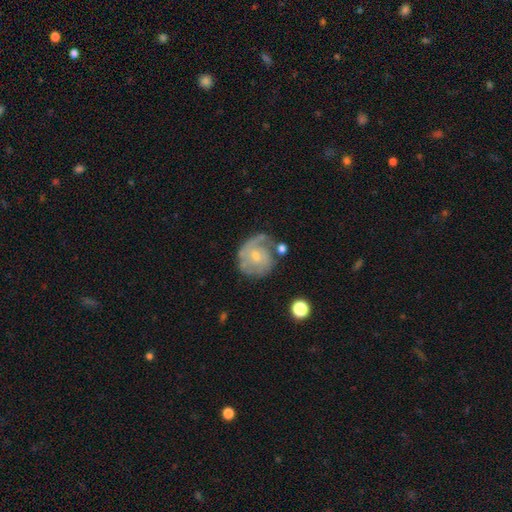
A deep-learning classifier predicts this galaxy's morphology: A featured or disk galaxy (72%) with no bar (59%), 2 (34%) tight (49%) spiral arms (85%) and a small central bulge (54%).

Vote fractions:
- Smooth or featured? featured or disk: 72% / smooth: 22% / star or artifact: 6%
- Edge-on disk? no: 98% / yes: 2%
- Bar? no: 59% / weak: 36% / strong: 5%
- Spiral arms? yes: 85% / no: 15%
- Spiral winding? tight: 49% / medium: 35% / loose: 15%
- Spiral arm count? 2: 34% / can't tell: 28% / 1: 23% / 3: 10% / 4: 3% / more than 4: 3%
- Bulge size? small: 54% / moderate: 39% / none: 4% / large: 2% / dominant: 1%
- Merging? none: 50% / minor disturbance: 25% / major disturbance: 17% / merger: 8%